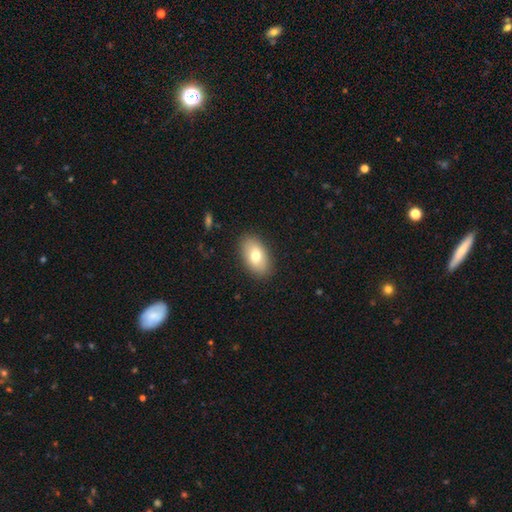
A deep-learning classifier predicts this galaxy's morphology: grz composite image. It shows a smooth galaxy with no disk features (74%) that is in between round and cigar-shaped (92%). Merging: none (88%).